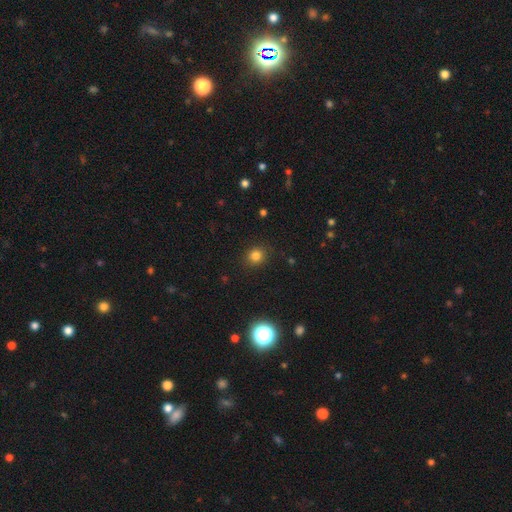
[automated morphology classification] Q: Smooth or featured?
A: smooth (81%); runner-up: star or artifact (14%)
Q: How rounded?
A: round (83%); runner-up: in between (16%)
Q: Merging?
A: none (88%); runner-up: minor disturbance (8%)